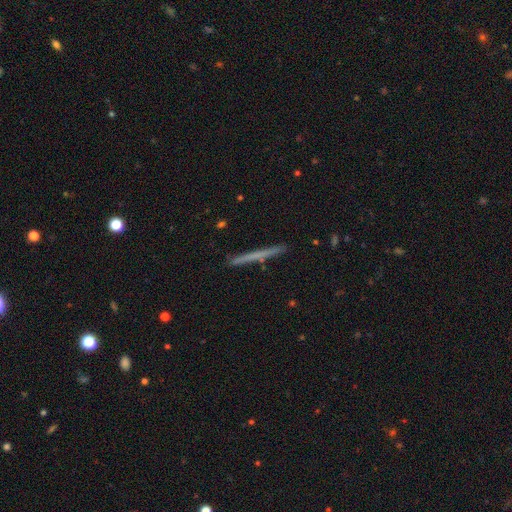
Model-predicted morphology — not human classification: smooth-or-featured: smooth: 52% | featured or disk: 42% | star or artifact: 6%
  how-rounded: cigar-shaped: 97% | in between: 2% | round: 1%
  merging: none: 90% | minor disturbance: 7% | merger: 1% | major disturbance: 1%